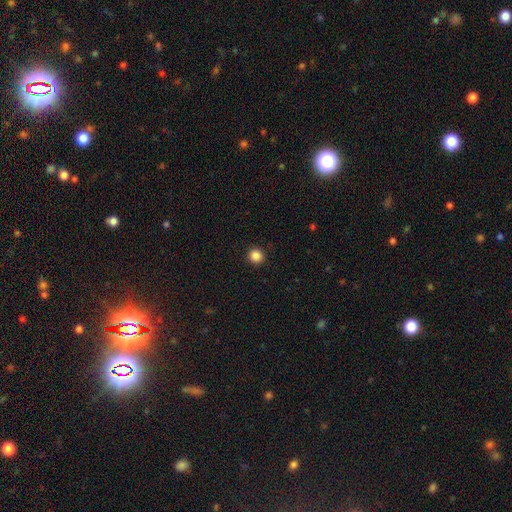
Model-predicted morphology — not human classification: A smooth galaxy with no disk features (87%) that is round (91%). Merging: none (92%).